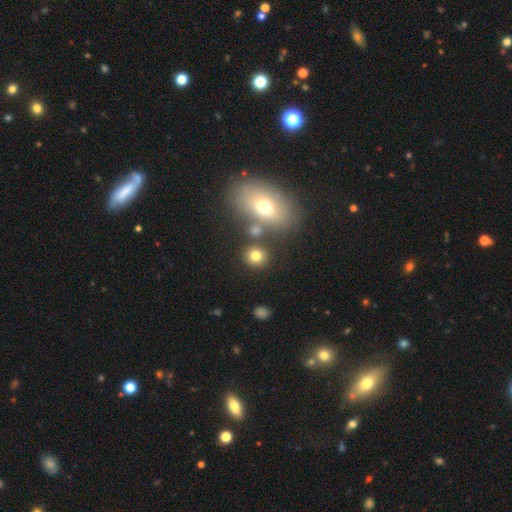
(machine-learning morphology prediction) Overall: smooth (78%). How rounded: round (79%). Merging: none (75%).